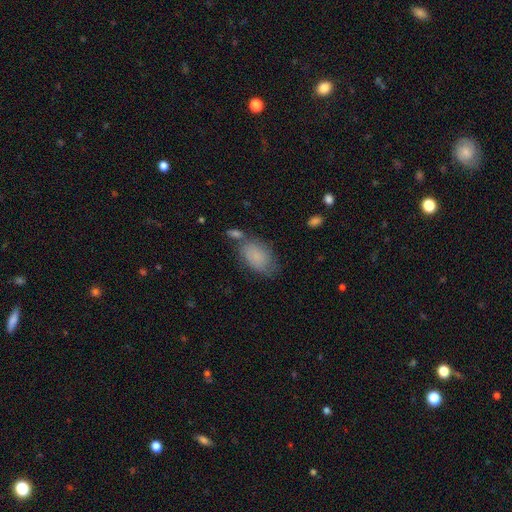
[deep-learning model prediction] Morphology: type=smooth (80%); roundness=in between (90%); merging=none (52%).